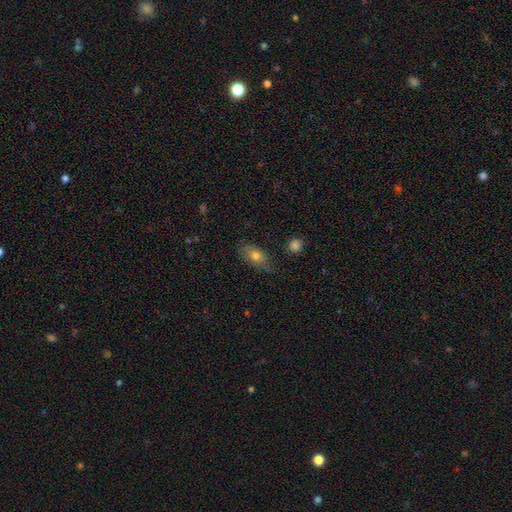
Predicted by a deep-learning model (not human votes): Smooth or featured?
  - smooth: 72% *
  - featured or disk: 18%
  - star or artifact: 10%
How rounded?
  - in between: 84% *
  - round: 9%
  - cigar-shaped: 7%
Merging?
  - none: 72% *
  - minor disturbance: 22%
  - major disturbance: 4%
  - merger: 2%